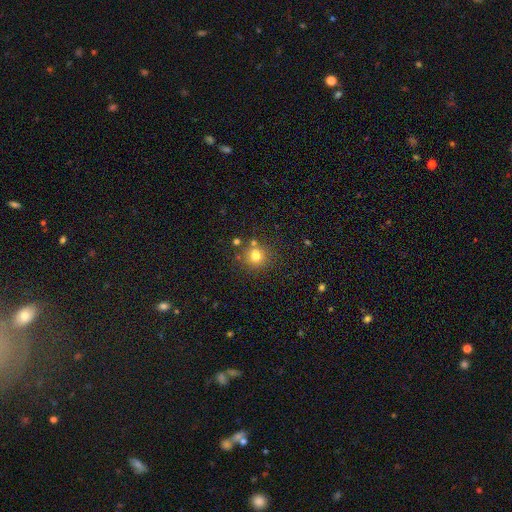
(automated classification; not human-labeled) This is likely a smooth galaxy (74%). How rounded: clearly round (86%). Merging: likely none (71%).